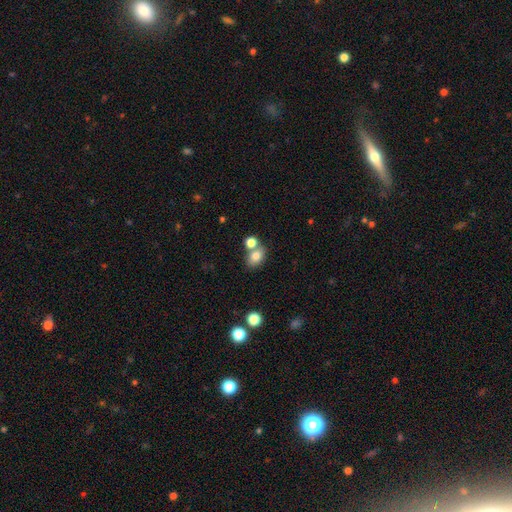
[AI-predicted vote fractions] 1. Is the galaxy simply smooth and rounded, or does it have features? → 79% smooth, 11% star or artifact, 10% featured or disk.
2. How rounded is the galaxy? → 64% in between, 34% round, 1% cigar-shaped.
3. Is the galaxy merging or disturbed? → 53% none, 33% merger, 11% minor disturbance, 4% major disturbance.